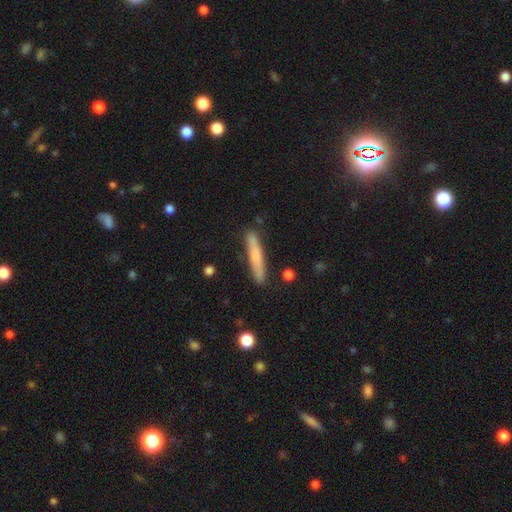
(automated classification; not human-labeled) Q: Smooth or featured?
A: smooth (66%); runner-up: featured or disk (27%)
Q: How rounded?
A: cigar-shaped (93%); runner-up: in between (5%)
Q: Merging?
A: none (84%); runner-up: minor disturbance (12%)